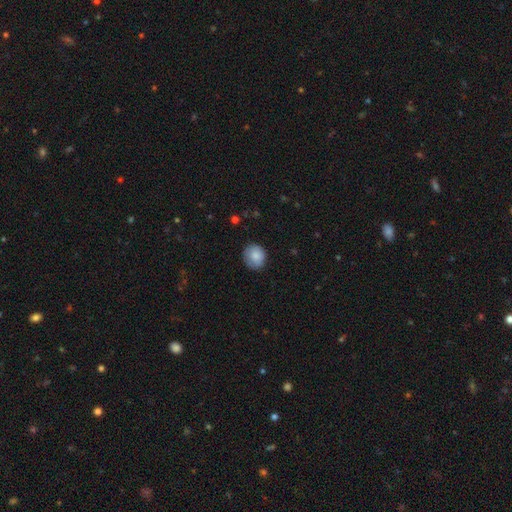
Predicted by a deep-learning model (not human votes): Smooth or featured? Predicted: smooth (p=0.85). How rounded? Predicted: round (p=0.79). Merging? Predicted: none (p=0.79).